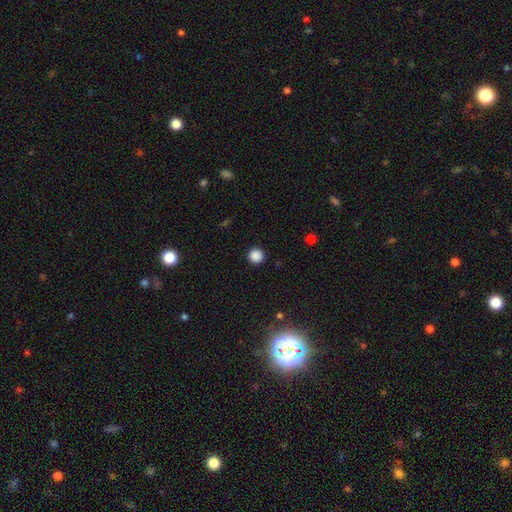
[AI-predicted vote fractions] This is clearly a smooth galaxy (86%). How rounded: clearly round (95%). Merging: clearly none (92%).